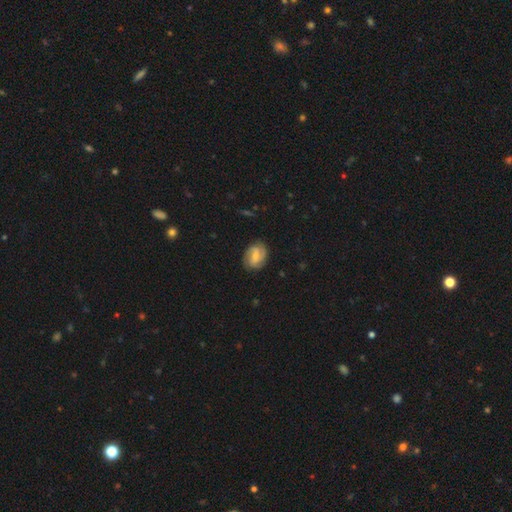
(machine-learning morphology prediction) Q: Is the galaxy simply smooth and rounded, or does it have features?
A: featured or disk — 66%.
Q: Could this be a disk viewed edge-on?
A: no — 97%.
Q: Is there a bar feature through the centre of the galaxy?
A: weak — 52%.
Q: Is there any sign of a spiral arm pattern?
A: yes — 92%.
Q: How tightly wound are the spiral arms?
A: medium — 43%.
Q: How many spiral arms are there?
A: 2 — 67%.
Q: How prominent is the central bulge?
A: small — 52%.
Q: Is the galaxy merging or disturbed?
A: none — 79%.